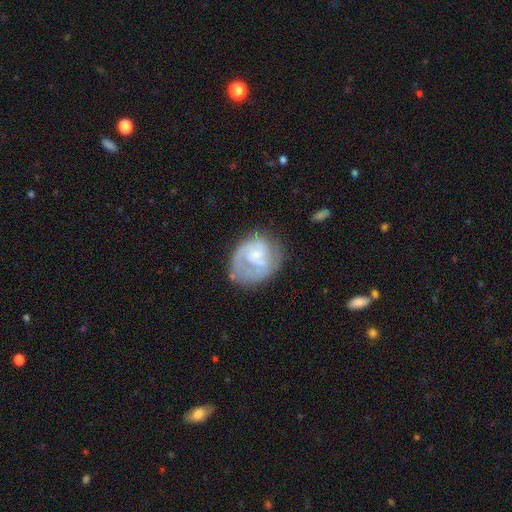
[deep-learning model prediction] smooth-or-featured: featured or disk: 70% | smooth: 24% | star or artifact: 6%
  disk-edge-on: no: 98% | yes: 2%
    bar: no: 54% | weak: 39% | strong: 7%
    has-spiral-arms: yes: 82% | no: 18%
      spiral-winding: tight: 46% | medium: 36% | loose: 17%
      spiral-arm-count: 1: 40% | 2: 30% | can't tell: 20% | 3: 5% | 4: 2% | more than 4: 2%
    bulge-size: small: 46% | none: 24% | moderate: 23% | large: 5% | dominant: 1%
  merging: none: 54% | minor disturbance: 22% | major disturbance: 21% | merger: 4%